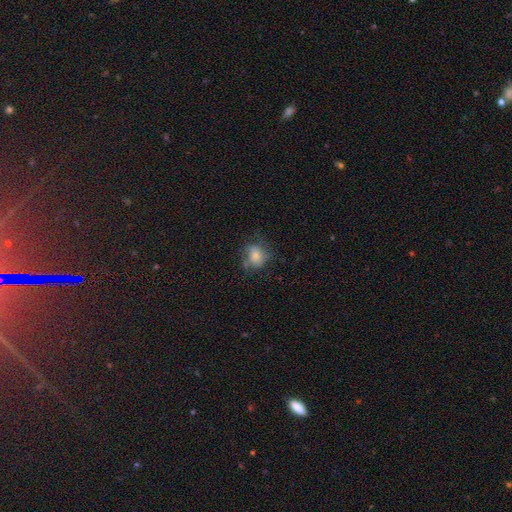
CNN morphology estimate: A smooth galaxy with no disk features (70%) that is round (62%). Merging: none (54%).